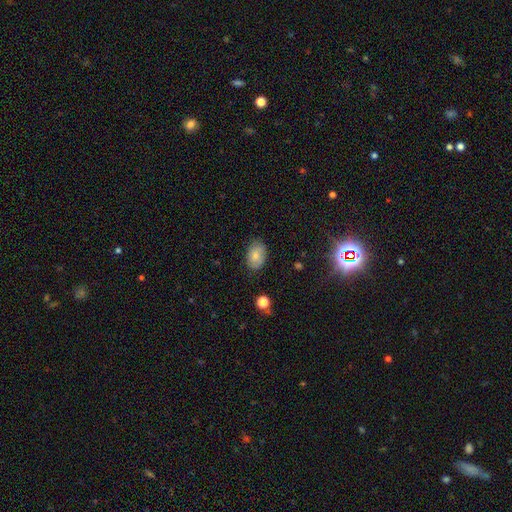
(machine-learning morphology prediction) This appears to be a smooth galaxy with no disk features (77%) that is in between round and cigar-shaped (83%). Merging: none (79%).